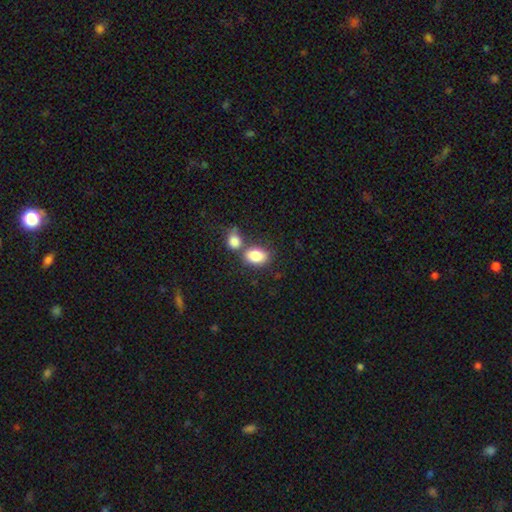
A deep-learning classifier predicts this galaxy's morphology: smooth_or_featured: smooth (p=0.84) [alt: featured or disk p=0.08]
how_rounded: in between (p=0.79) [alt: round p=0.20]
merging: merger (p=0.43) [alt: none p=0.42]